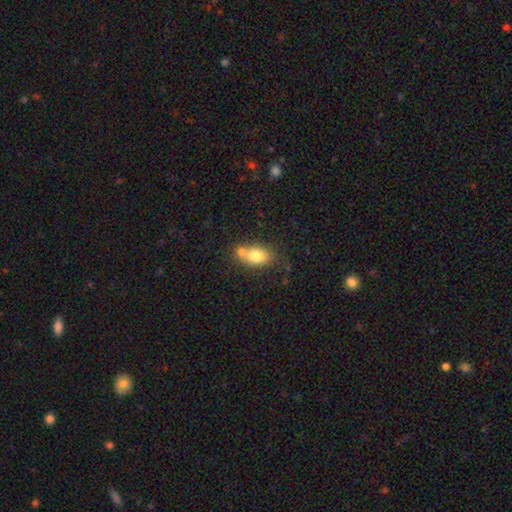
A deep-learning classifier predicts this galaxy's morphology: smooth_or_featured: smooth (p=0.76) [alt: featured or disk p=0.15]
how_rounded: in between (p=0.78) [alt: round p=0.19]
merging: merger (p=0.42) [alt: none p=0.40]